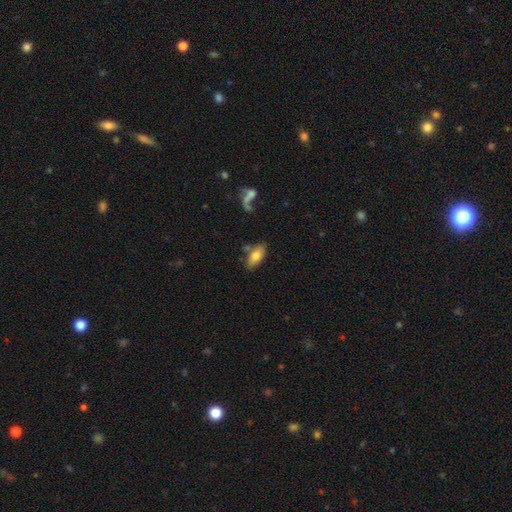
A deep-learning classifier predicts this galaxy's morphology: A smooth galaxy with no disk features (77%) that is in between round and cigar-shaped (90%). Merging: none (71%).